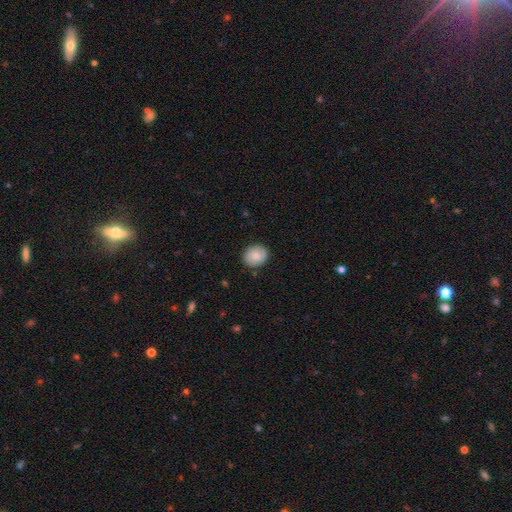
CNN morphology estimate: Smooth or featured? Predicted: smooth (p=0.77). How rounded? Predicted: round (p=0.67). Merging? Predicted: none (p=0.86).